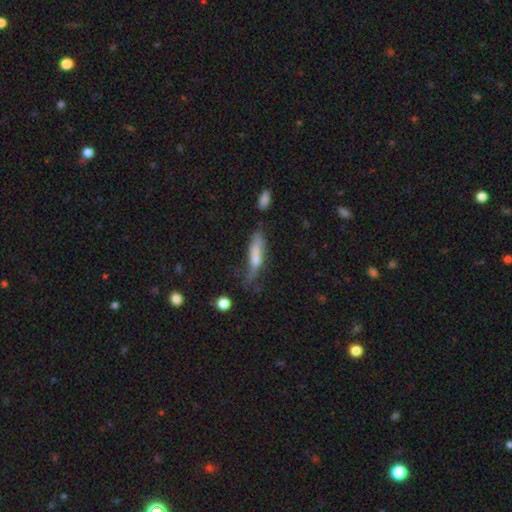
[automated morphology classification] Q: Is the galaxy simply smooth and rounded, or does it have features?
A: smooth — 58%.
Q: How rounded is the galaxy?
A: cigar-shaped — 69%.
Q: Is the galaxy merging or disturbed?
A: none — 36%.